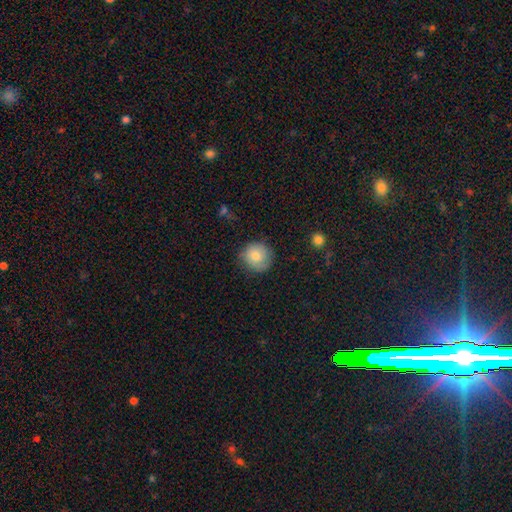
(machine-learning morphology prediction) Q: Smooth or featured?
A: smooth (81%); runner-up: featured or disk (11%)
Q: How rounded?
A: round (92%); runner-up: in between (7%)
Q: Merging?
A: none (80%); runner-up: minor disturbance (15%)